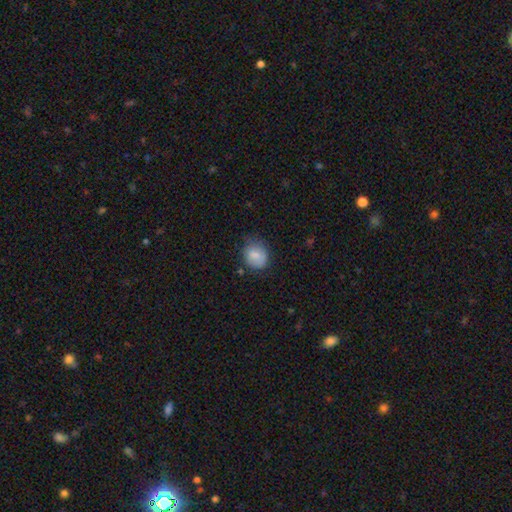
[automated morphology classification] The model was most divided on "how rounded": round: 62%, in between: 37%, cigar-shaped: 1%. More confident: smooth or featured — smooth (81%); merging — none (64%).